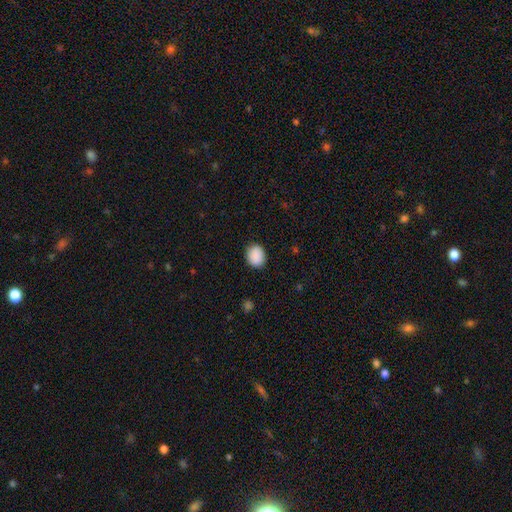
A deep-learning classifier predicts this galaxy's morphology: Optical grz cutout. It shows a smooth galaxy with no disk features (90%) that is in between round and cigar-shaped (55%). Merging: none (86%).